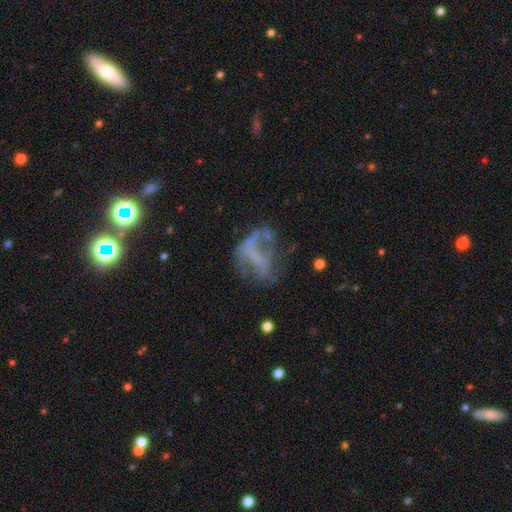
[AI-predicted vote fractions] The model was most divided on "merging": major disturbance: 38%, none: 35%, minor disturbance: 20%, merger: 8%. More confident: edge-on disk — no (95%); spiral arms — no (80%); bulge size — none (75%); bar — no (63%); smooth or featured — featured or disk (56%).